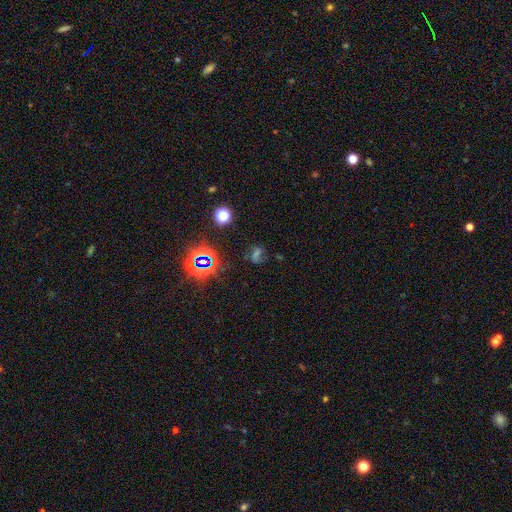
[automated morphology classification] Smooth or featured: star or artifact — 50% (smooth — 28%)